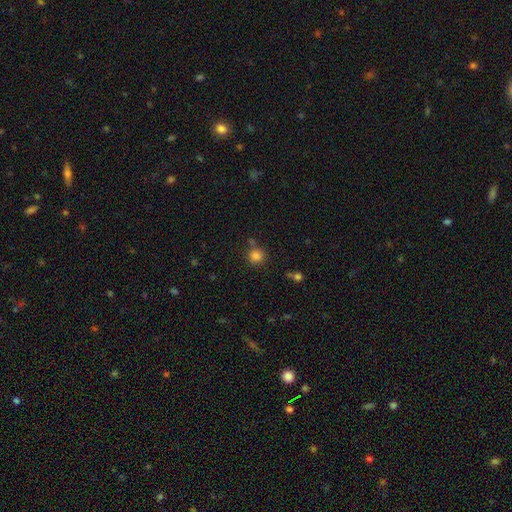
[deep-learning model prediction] smooth_or_featured: smooth (p=0.82) [alt: star or artifact p=0.13]
how_rounded: round (p=0.91) [alt: in between p=0.08]
merging: none (p=0.74) [alt: minor disturbance p=0.11]